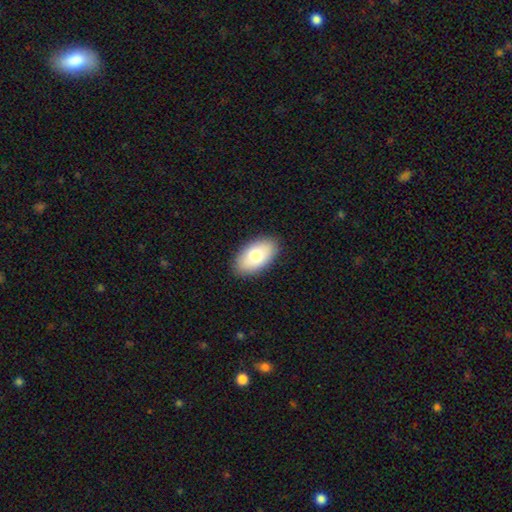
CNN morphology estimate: smooth 77%, featured or disk 16%, star or artifact 7%. Down the decision tree: how rounded — in between (94%); merging — none (88%).